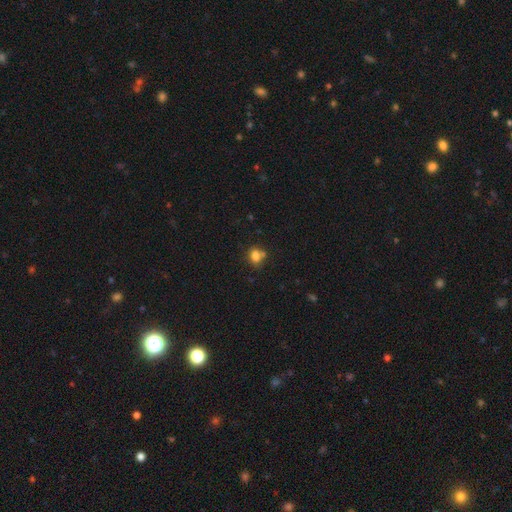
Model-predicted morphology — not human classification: A smooth galaxy with no disk features (79%) that is round (51%). Merging: none (57%).